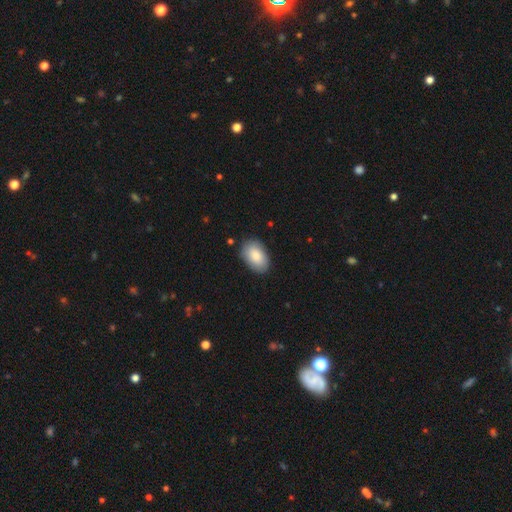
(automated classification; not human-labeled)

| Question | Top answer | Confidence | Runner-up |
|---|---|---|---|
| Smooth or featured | smooth | 85% | featured or disk (9%) |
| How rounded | in between | 91% | round (7%) |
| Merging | none | 83% | minor disturbance (13%) |